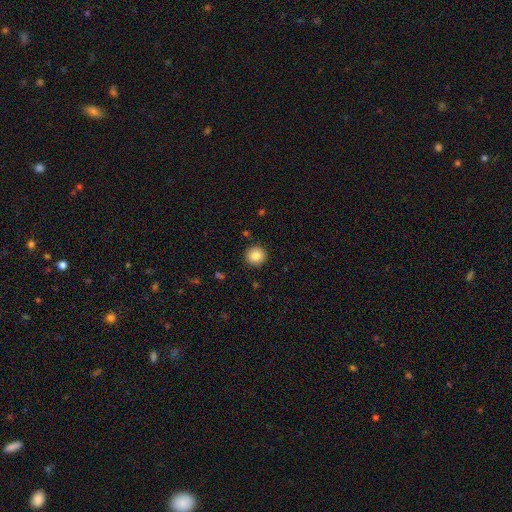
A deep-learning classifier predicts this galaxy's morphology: Smooth or featured? smooth (86%)
How rounded? round (94%)
Merging? none (92%)